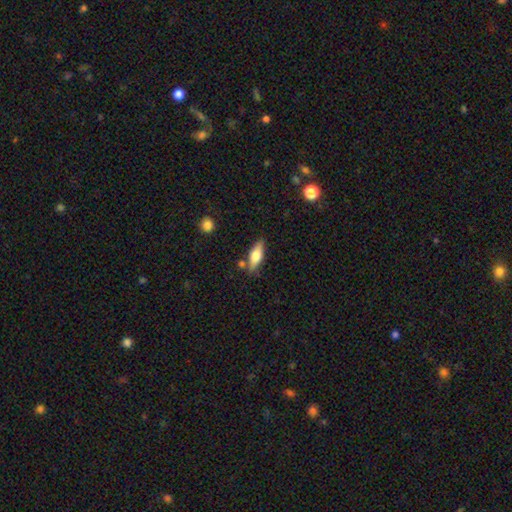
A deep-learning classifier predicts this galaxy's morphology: Overall: smooth (59%; featured or disk 34%). How rounded: in between (61%; cigar-shaped 36%). Merging: none (77%).